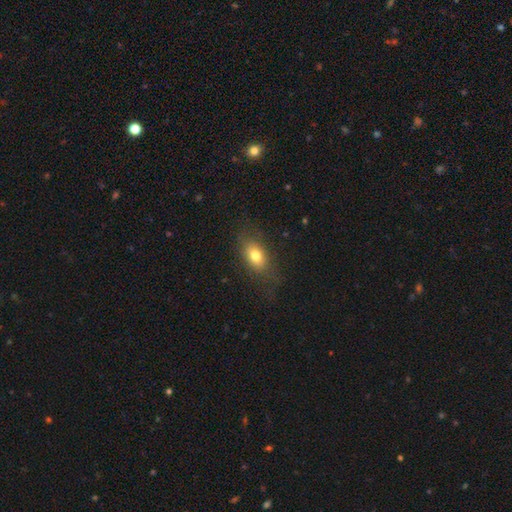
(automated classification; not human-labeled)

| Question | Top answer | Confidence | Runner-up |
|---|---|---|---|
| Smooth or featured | smooth | 74% | featured or disk (16%) |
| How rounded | in between | 81% | round (15%) |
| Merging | none | 74% | minor disturbance (16%) |